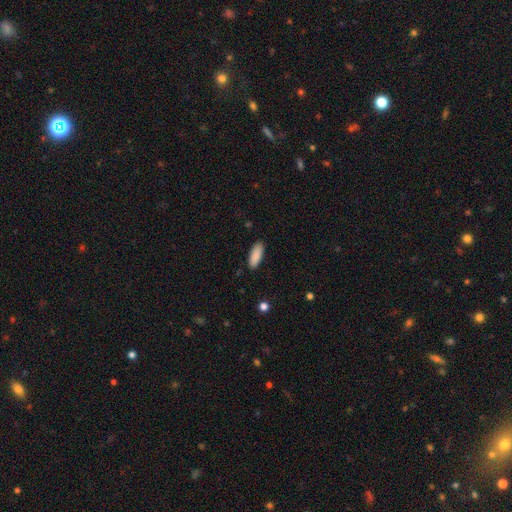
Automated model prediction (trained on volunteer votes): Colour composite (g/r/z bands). It shows a smooth galaxy with no disk features (90%) that is in between round and cigar-shaped (71%). Merging: none (88%).